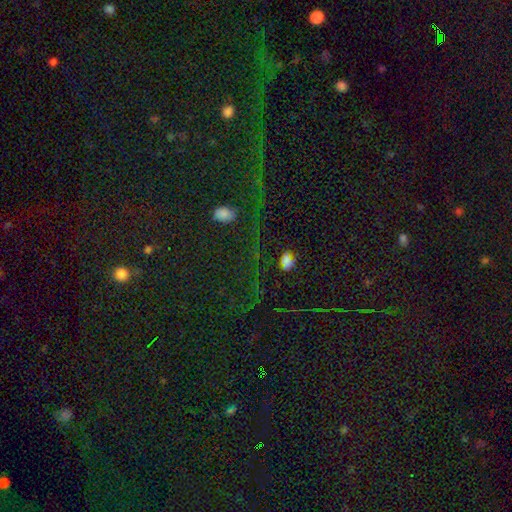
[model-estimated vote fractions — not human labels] Morphology: type=star or artifact (74%).